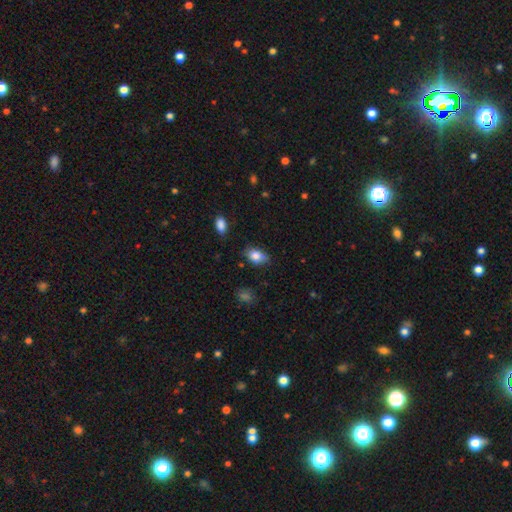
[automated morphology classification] Overall: smooth (81%). How rounded: in between (85%). Merging: none (65%; minor disturbance 27%).